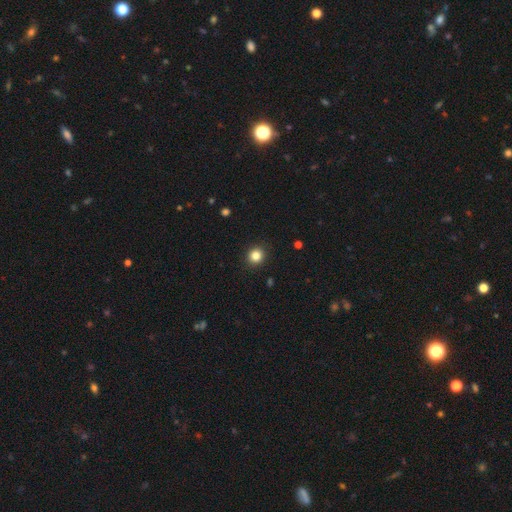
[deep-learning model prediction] Morphology: type=smooth (84%); roundness=round (89%); merging=none (92%).